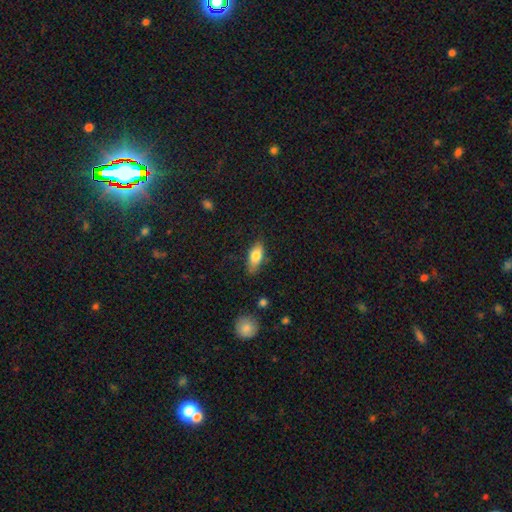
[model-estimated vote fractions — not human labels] smooth-or-featured: smooth: 77% | featured or disk: 16% | star or artifact: 7%
  how-rounded: in between: 81% | cigar-shaped: 16% | round: 3%
  merging: none: 77% | minor disturbance: 18% | major disturbance: 3% | merger: 2%